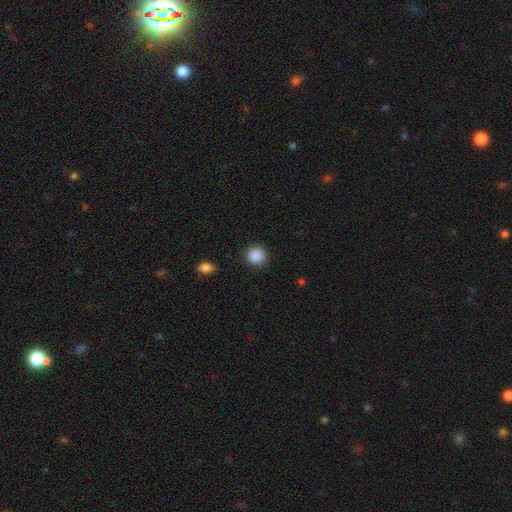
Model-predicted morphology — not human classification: Overall: smooth (88%). How rounded: round (92%). Merging: none (89%).